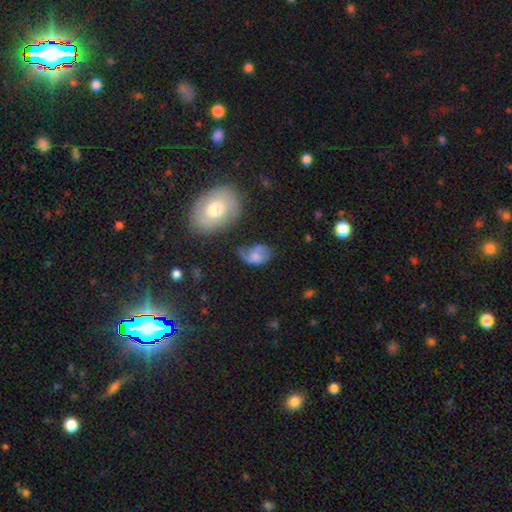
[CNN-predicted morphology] Smooth or featured: smooth — 49% (featured or disk — 40%)
Merging: none — 31% (major disturbance — 30%)